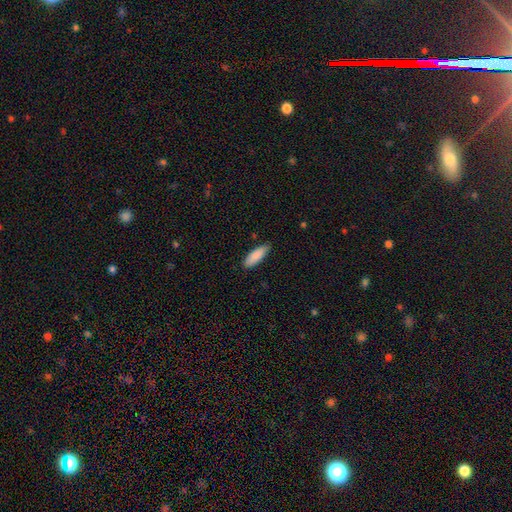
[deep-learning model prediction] smooth_or_featured: smooth (p=0.88) [alt: featured or disk p=0.07]
how_rounded: in between (p=0.57) [alt: cigar-shaped p=0.42]
merging: none (p=0.82) [alt: minor disturbance p=0.15]